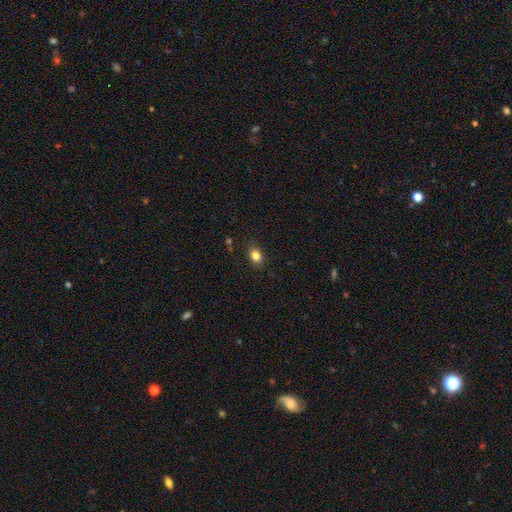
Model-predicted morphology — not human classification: A smooth galaxy with no disk features (82%) that is in between round and cigar-shaped (60%). Merging: none (84%).